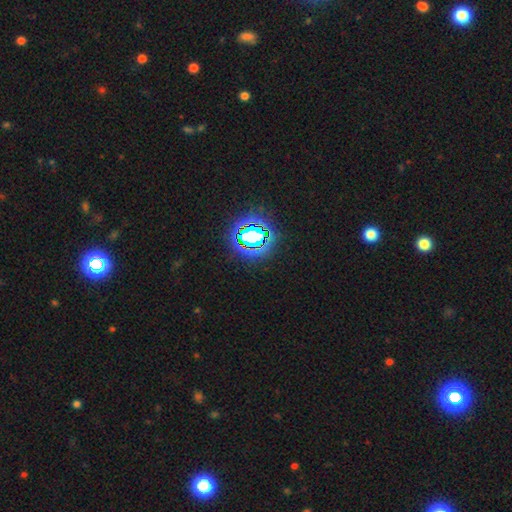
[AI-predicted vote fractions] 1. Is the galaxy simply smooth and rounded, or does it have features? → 81% star or artifact, 12% smooth, 7% featured or disk.